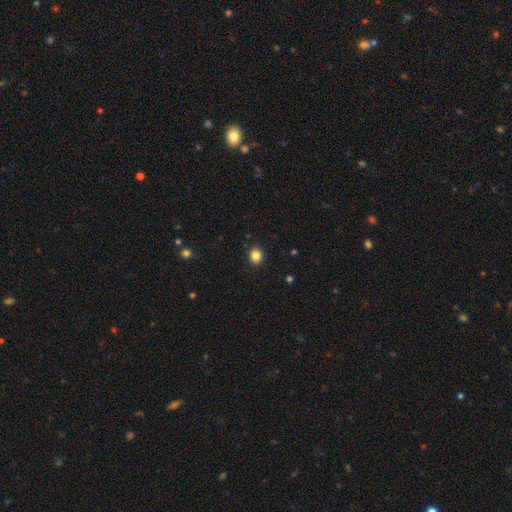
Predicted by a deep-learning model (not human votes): A smooth galaxy with no disk features (85%) that is round (73%).

Vote fractions:
- Smooth or featured? smooth: 85% / star or artifact: 11% / featured or disk: 5%
- How rounded? round: 73% / in between: 26% / cigar-shaped: 1%
- Merging? none: 91% / minor disturbance: 7% / major disturbance: 2% / merger: 1%